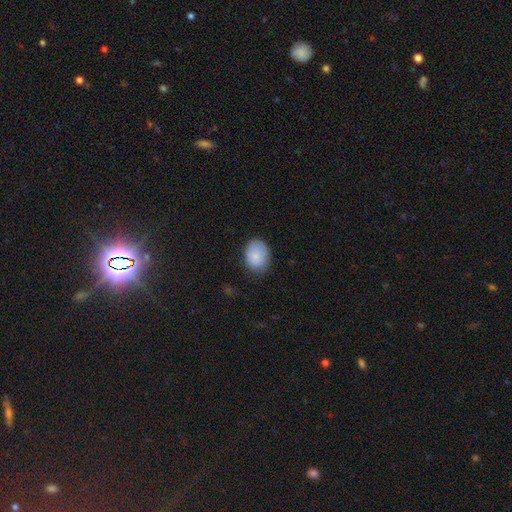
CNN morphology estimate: The model was most divided on "how rounded": in between: 66%, round: 33%, cigar-shaped: 1%. More confident: smooth or featured — smooth (84%); merging — none (70%).